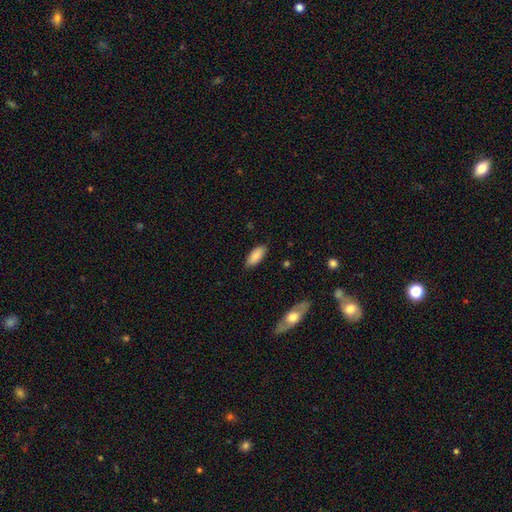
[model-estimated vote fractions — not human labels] Smooth or featured? Predicted: smooth (p=0.84). How rounded? Predicted: in between (p=0.86). Merging? Predicted: none (p=0.85).